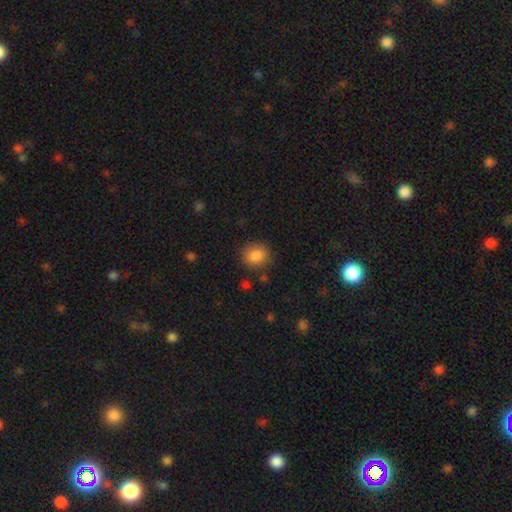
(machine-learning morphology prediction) Overall: smooth (87%). How rounded: round (78%). Merging: none (82%).